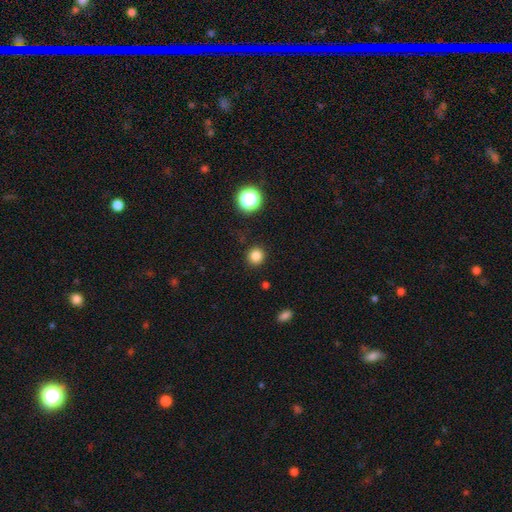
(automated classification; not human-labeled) smooth_or_featured: smooth (p=0.83) [alt: star or artifact p=0.14]
how_rounded: round (p=0.93) [alt: in between p=0.06]
merging: none (p=0.90) [alt: minor disturbance p=0.06]